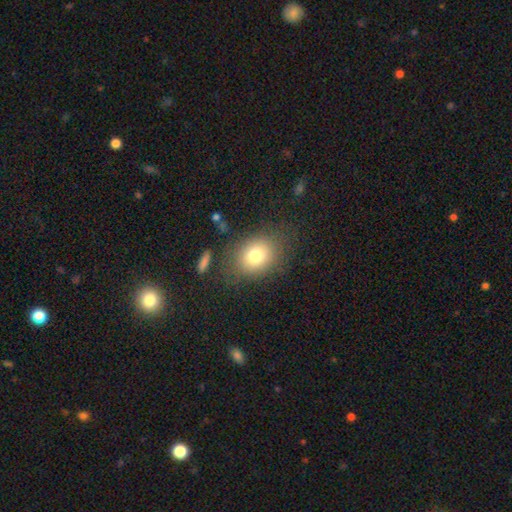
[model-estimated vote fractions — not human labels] smooth-or-featured: smooth: 76% | featured or disk: 12% | star or artifact: 12%
  how-rounded: round: 53% | in between: 46% | cigar-shaped: 1%
  merging: none: 77% | minor disturbance: 13% | major disturbance: 7% | merger: 3%